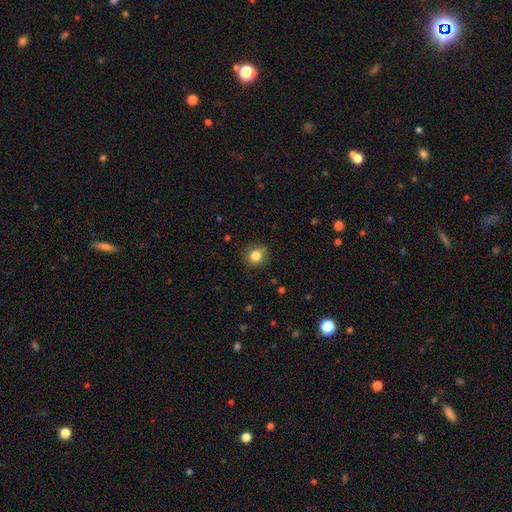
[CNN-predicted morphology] smooth 83%, star or artifact 11%, featured or disk 6%. Down the decision tree: how rounded — round (86%); merging — none (83%).